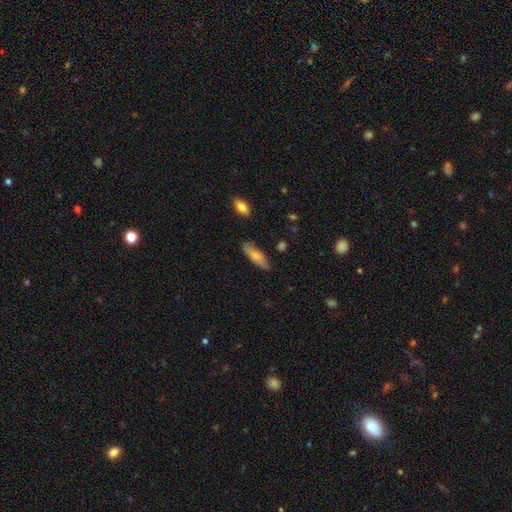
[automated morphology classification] smooth_or_featured: smooth (p=0.72) [alt: featured or disk p=0.22]
how_rounded: in between (p=0.55) [alt: cigar-shaped p=0.43]
merging: none (p=0.75) [alt: minor disturbance p=0.20]